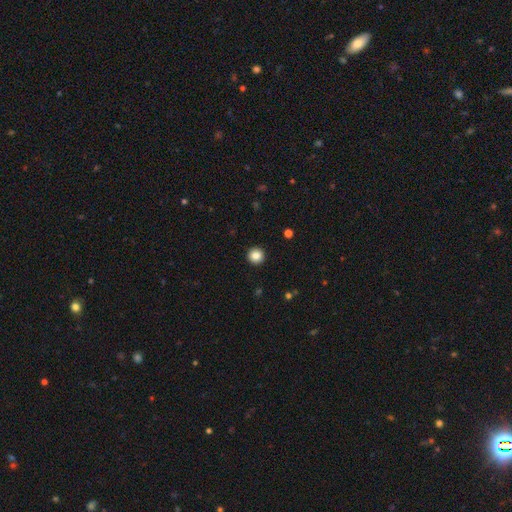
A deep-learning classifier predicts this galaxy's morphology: Q: Smooth or featured?
A: smooth (85%); runner-up: star or artifact (10%)
Q: How rounded?
A: round (96%); runner-up: in between (3%)
Q: Merging?
A: none (94%); runner-up: minor disturbance (4%)